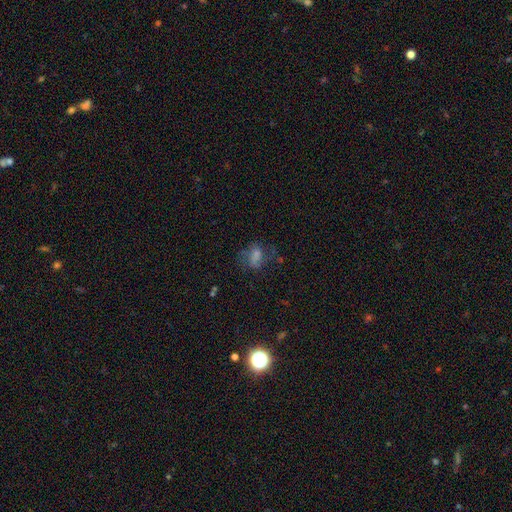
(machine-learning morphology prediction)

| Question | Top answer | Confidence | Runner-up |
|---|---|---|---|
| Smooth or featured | smooth | 52% | featured or disk (34%) |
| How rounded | in between | 63% | round (36%) |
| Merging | none | 43% | major disturbance (29%) |